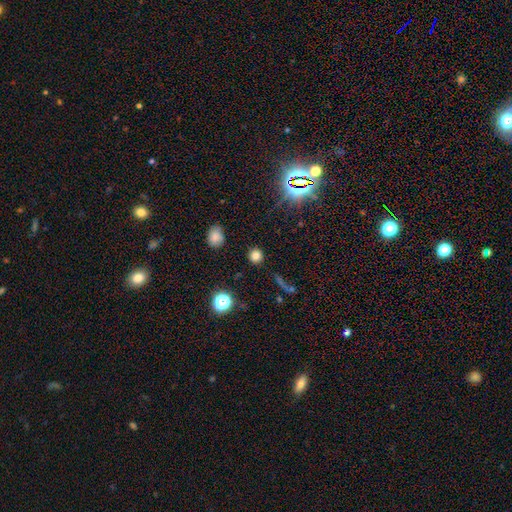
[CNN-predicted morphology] A smooth galaxy with no disk features (77%) that is round (90%).

Vote fractions:
- Smooth or featured? smooth: 77% / star or artifact: 17% / featured or disk: 6%
- How rounded? round: 90% / in between: 8% / cigar-shaped: 1%
- Merging? none: 89% / minor disturbance: 6% / major disturbance: 3% / merger: 2%